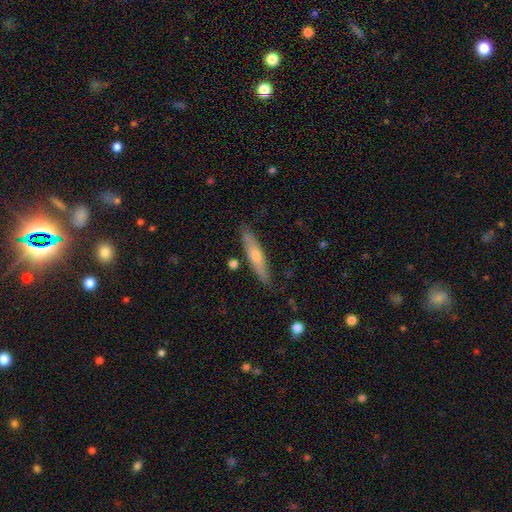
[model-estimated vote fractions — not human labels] Overall: smooth (53%; featured or disk 41%). How rounded: cigar-shaped (84%). Merging: none (84%).